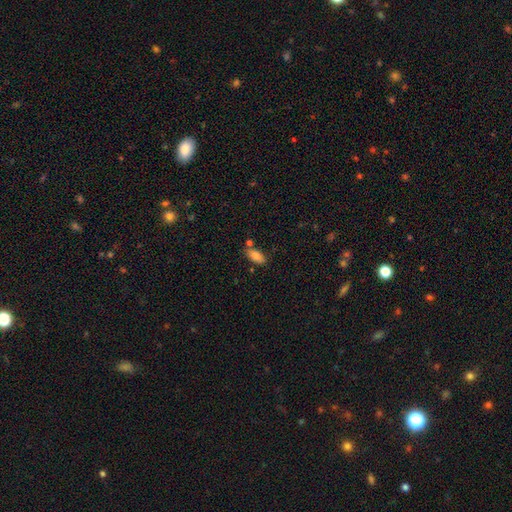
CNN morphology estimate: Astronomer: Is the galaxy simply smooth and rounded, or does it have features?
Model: smooth — 80%.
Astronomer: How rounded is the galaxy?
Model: in between — 88%.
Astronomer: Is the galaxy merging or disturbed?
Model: none — 73%.